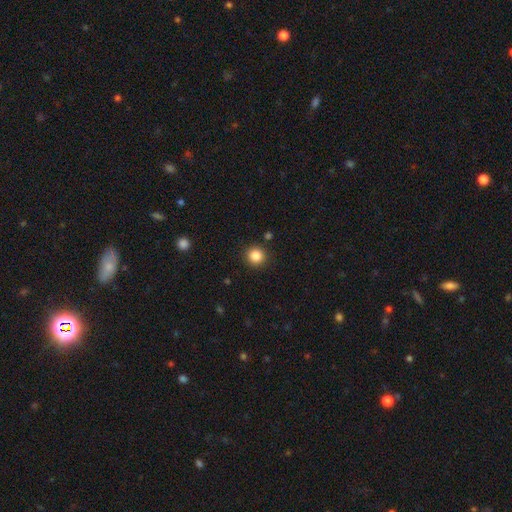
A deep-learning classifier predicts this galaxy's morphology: Smooth or featured: smooth — 86% (star or artifact — 11%)
How rounded: round — 94% (in between — 5%)
Merging: none — 90% (minor disturbance — 6%)